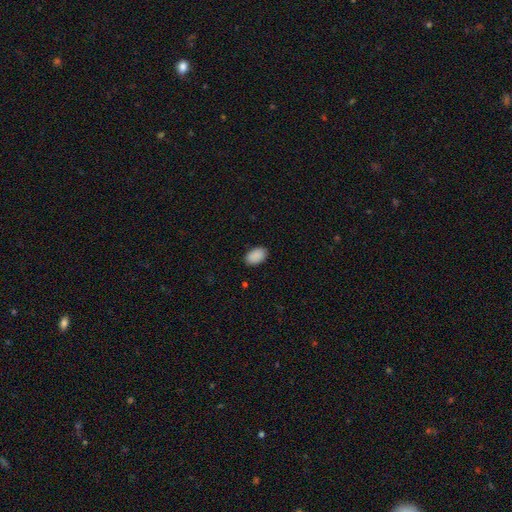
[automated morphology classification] smooth 90%, star or artifact 7%, featured or disk 3%. Down the decision tree: how rounded — in between (90%); merging — none (88%).